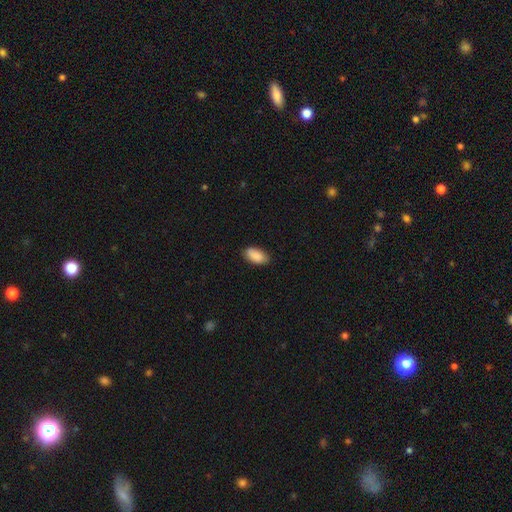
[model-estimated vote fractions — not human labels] This appears to be a smooth galaxy with no disk features (88%) that is in between round and cigar-shaped (93%). Merging: none (81%).